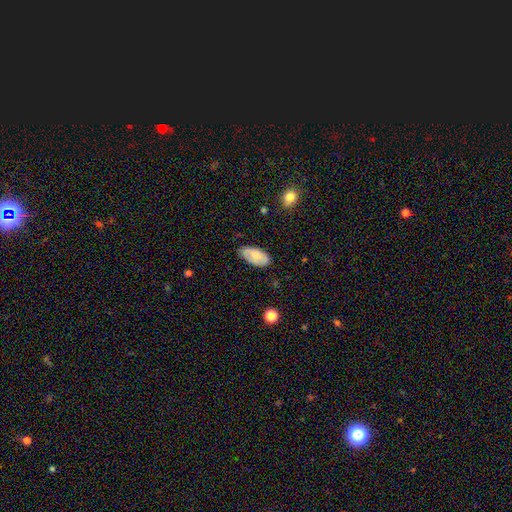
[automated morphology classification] Smooth or featured: smooth — 69% (featured or disk — 24%)
How rounded: in between — 94% (cigar-shaped — 4%)
Merging: none — 72% (minor disturbance — 22%)